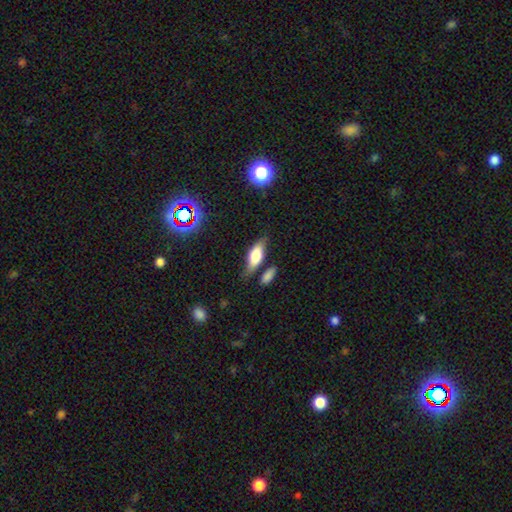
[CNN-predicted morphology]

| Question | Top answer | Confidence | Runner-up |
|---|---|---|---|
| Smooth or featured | smooth | 60% | featured or disk (31%) |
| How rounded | in between | 66% | cigar-shaped (31%) |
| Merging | none | 68% | minor disturbance (19%) |